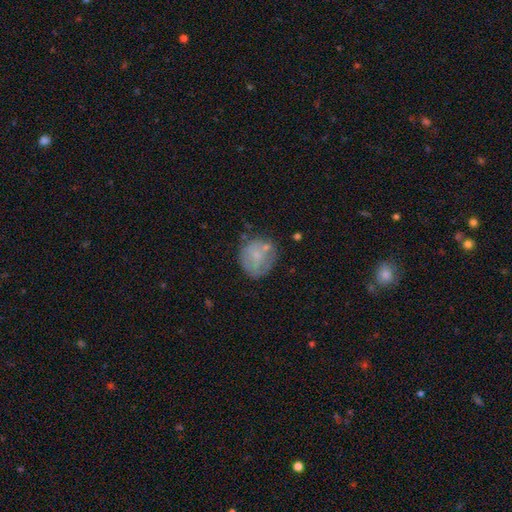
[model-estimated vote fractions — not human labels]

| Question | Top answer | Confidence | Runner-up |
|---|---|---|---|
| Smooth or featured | smooth | 59% | featured or disk (31%) |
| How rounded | round | 78% | in between (21%) |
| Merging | none | 55% | minor disturbance (25%) |